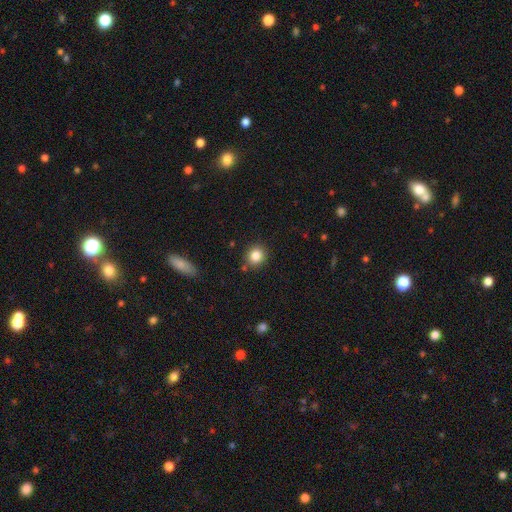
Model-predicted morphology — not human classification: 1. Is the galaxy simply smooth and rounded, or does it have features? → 85% smooth, 10% star or artifact, 5% featured or disk.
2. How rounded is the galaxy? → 84% round, 15% in between, 1% cigar-shaped.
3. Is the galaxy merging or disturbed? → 85% none, 9% minor disturbance, 4% merger, 3% major disturbance.